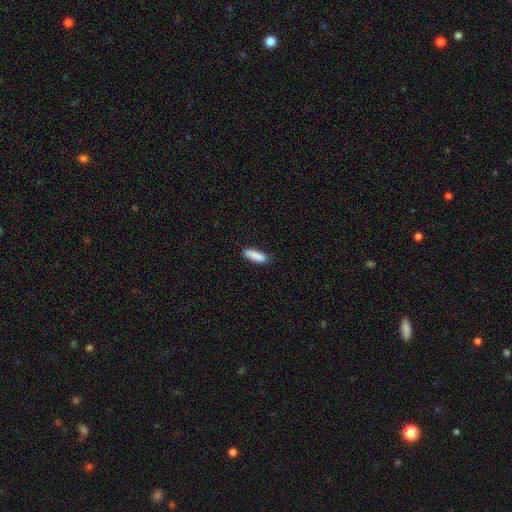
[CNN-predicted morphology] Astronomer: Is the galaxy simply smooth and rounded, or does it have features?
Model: smooth — 88%.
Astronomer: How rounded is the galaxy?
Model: cigar-shaped — 54% (runner-up: in between, 45%).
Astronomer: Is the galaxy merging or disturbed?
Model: none — 82%.